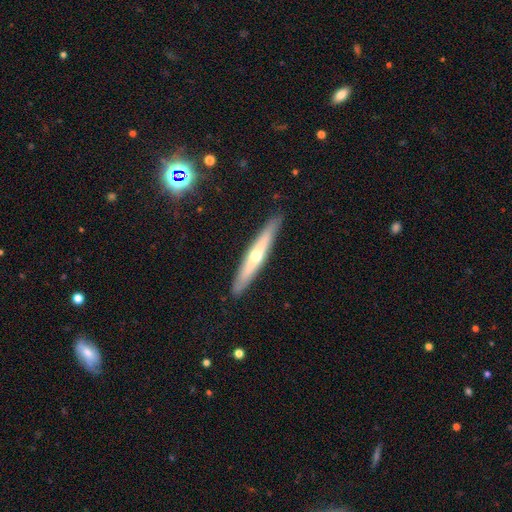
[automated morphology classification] This is possibly a featured or disk galaxy (60%). It is clearly viewed edge-on (92%). Edge-on bulge: clearly rounded (81%). Merging: clearly none (90%).